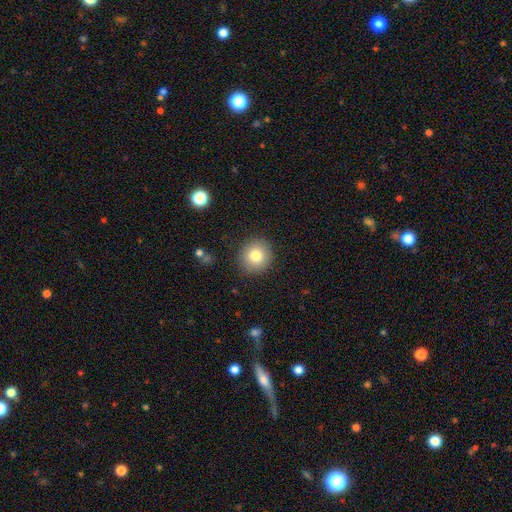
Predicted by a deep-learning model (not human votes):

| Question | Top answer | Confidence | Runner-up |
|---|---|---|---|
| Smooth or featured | smooth | 81% | star or artifact (10%) |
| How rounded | round | 90% | in between (9%) |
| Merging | none | 89% | minor disturbance (7%) |